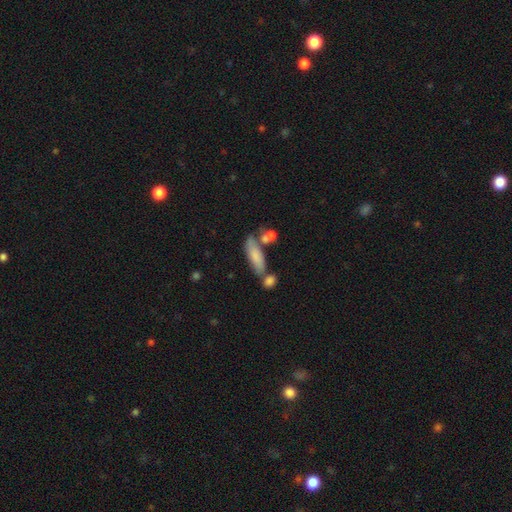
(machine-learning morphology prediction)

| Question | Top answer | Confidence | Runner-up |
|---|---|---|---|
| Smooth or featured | smooth | 75% | featured or disk (18%) |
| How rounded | in between | 56% | cigar-shaped (41%) |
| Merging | none | 49% | merger (28%) |